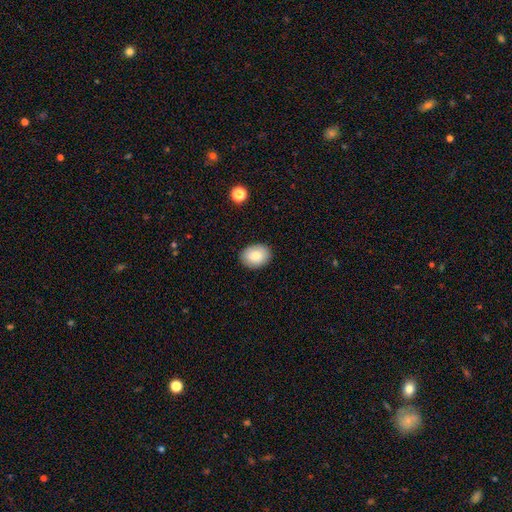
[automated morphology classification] Smooth or featured?
  - smooth: 84% *
  - featured or disk: 9%
  - star or artifact: 7%
How rounded?
  - in between: 68% *
  - round: 31%
  - cigar-shaped: 1%
Merging?
  - none: 88% *
  - minor disturbance: 9%
  - major disturbance: 2%
  - merger: 1%